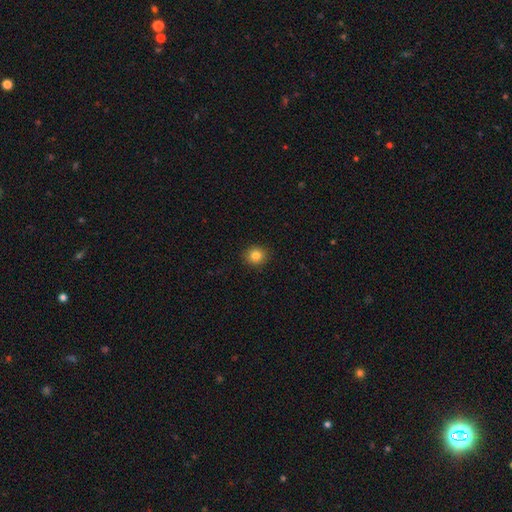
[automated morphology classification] Smooth or featured?
  - smooth: 83% *
  - star or artifact: 11%
  - featured or disk: 6%
How rounded?
  - round: 85% *
  - in between: 14%
  - cigar-shaped: 1%
Merging?
  - none: 91% *
  - minor disturbance: 6%
  - major disturbance: 2%
  - merger: 1%